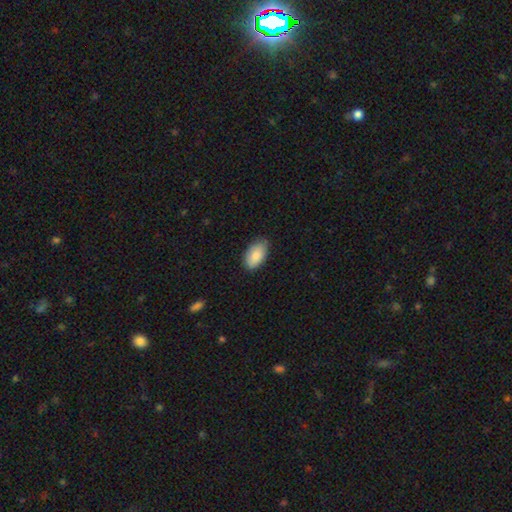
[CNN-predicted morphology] Smooth or featured?
  - smooth: 86% *
  - featured or disk: 8%
  - star or artifact: 6%
How rounded?
  - in between: 95% *
  - round: 4%
  - cigar-shaped: 2%
Merging?
  - none: 79% *
  - minor disturbance: 18%
  - major disturbance: 2%
  - merger: 1%